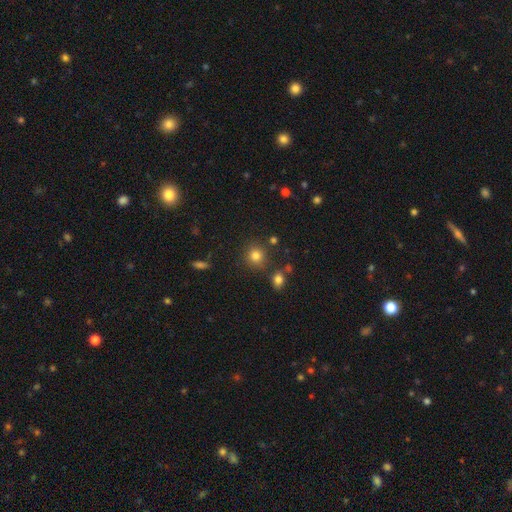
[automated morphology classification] A smooth galaxy with no disk features (81%) that is round (90%). Merging: none (82%).